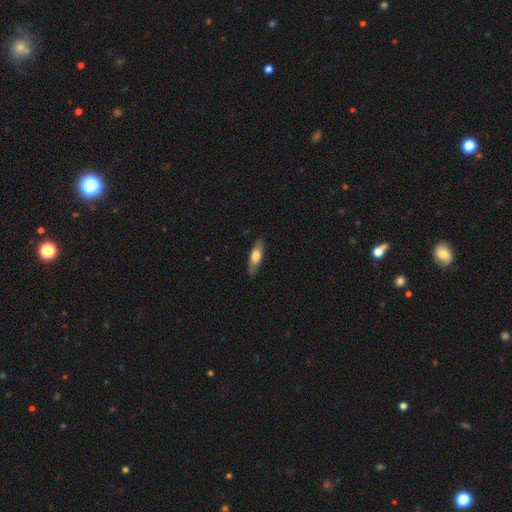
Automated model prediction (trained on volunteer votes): Smooth or featured?
  - smooth: 63% *
  - featured or disk: 32%
  - star or artifact: 6%
How rounded?
  - in between: 52% *
  - cigar-shaped: 46%
  - round: 3%
Merging?
  - none: 83% *
  - minor disturbance: 13%
  - major disturbance: 3%
  - merger: 1%